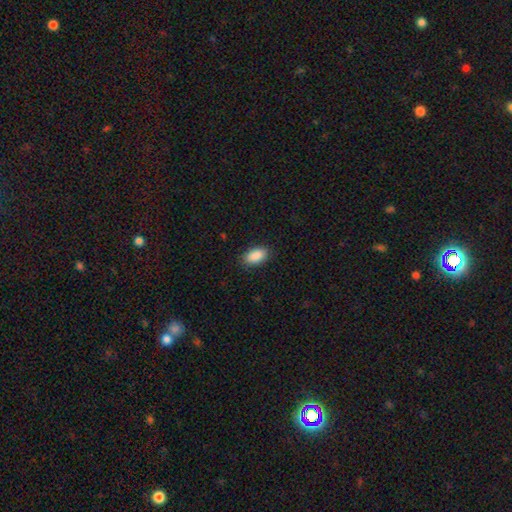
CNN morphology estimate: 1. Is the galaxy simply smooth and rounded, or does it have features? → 90% smooth, 7% star or artifact, 3% featured or disk.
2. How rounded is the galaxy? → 93% in between, 4% round, 3% cigar-shaped.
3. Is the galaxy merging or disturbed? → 87% none, 9% minor disturbance, 2% major disturbance, 1% merger.